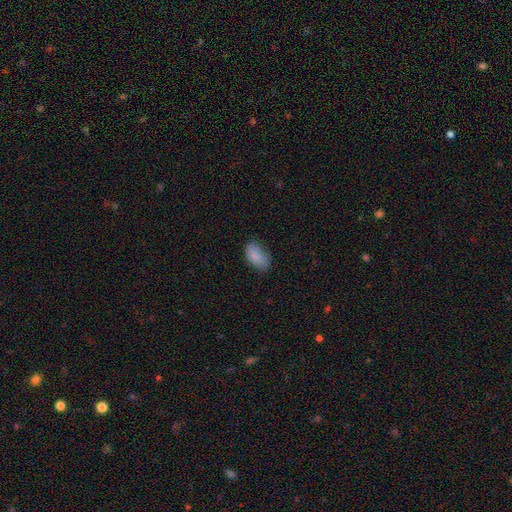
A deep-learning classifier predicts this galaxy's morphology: smooth-or-featured: smooth: 85% | featured or disk: 8% | star or artifact: 8%
  how-rounded: in between: 94% | round: 4% | cigar-shaped: 2%
  merging: none: 63% | minor disturbance: 28% | major disturbance: 7% | merger: 1%